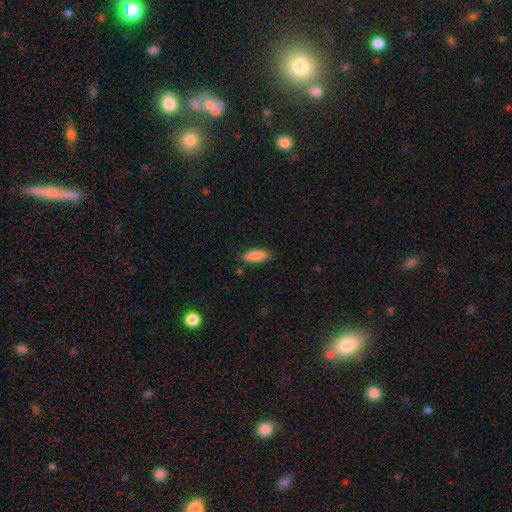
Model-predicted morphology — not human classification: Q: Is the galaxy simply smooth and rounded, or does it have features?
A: smooth — 87%.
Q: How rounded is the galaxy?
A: in between — 64%.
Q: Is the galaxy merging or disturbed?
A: none — 86%.